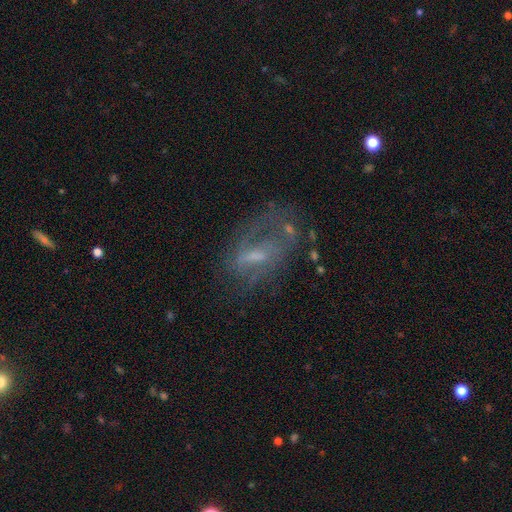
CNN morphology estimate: A featured or disk galaxy (62%) with a weak bar (45%), spiral arms (53%) and a small central bulge (48%).

Vote fractions:
- Smooth or featured? featured or disk: 62% / smooth: 23% / star or artifact: 15%
- Edge-on disk? no: 91% / yes: 9%
- Bar? weak: 45% / no: 37% / strong: 18%
- Spiral arms? yes: 53% / no: 47%
- Bulge size? small: 48% / moderate: 29% / none: 19% / large: 3% / dominant: 1%
- Merging? none: 49% / major disturbance: 26% / minor disturbance: 21% / merger: 4%